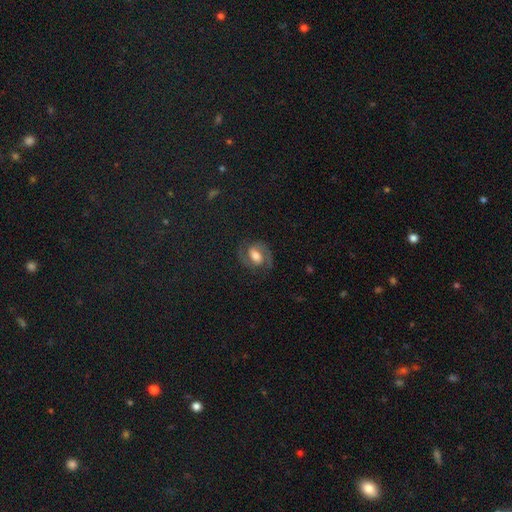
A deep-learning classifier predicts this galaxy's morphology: Smooth or featured? Predicted: featured or disk (p=0.71). Edge-on disk? Predicted: no (p=0.97). Bar? Predicted: weak (p=0.46). Spiral arms? Predicted: yes (p=0.93). Spiral winding? Predicted: medium (p=0.57). Spiral arm count? Predicted: 2 (p=0.91). Bulge size? Predicted: moderate (p=0.60). Merging? Predicted: none (p=0.76).